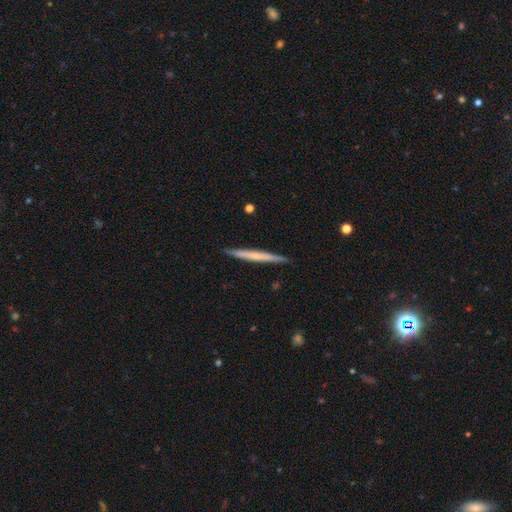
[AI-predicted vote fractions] smooth 49%, featured or disk 46%, star or artifact 5%. Down the decision tree: merging — none (91%).